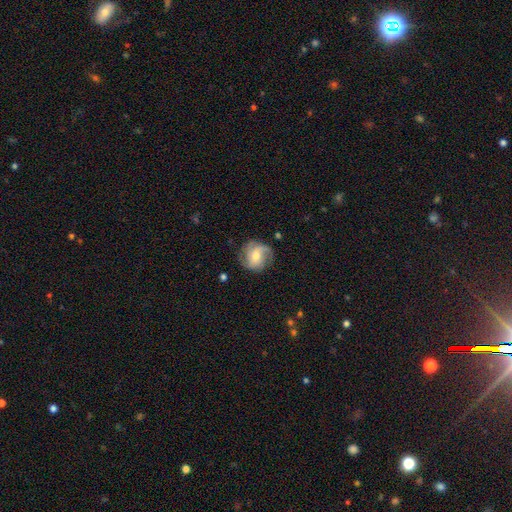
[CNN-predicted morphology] type=featured or disk (71%); edge-on=no (97%); bar=no (52%); spiral arms=yes (93%); winding=medium (43%); arm count=2 (34%); bulge=moderate (61%); merging=none (74%).